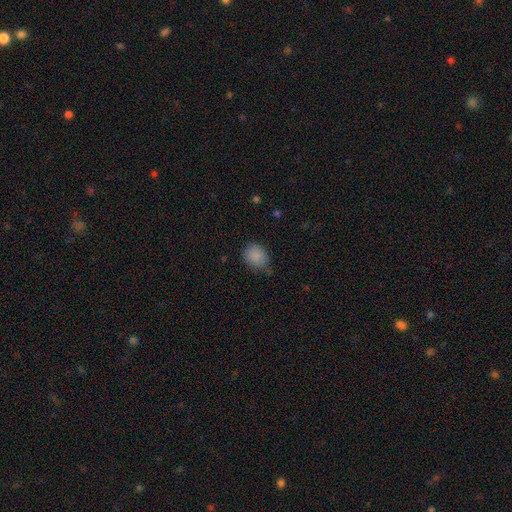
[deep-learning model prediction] This is clearly a smooth galaxy (86%). How rounded: possibly round (54%). Merging: likely none (62%).